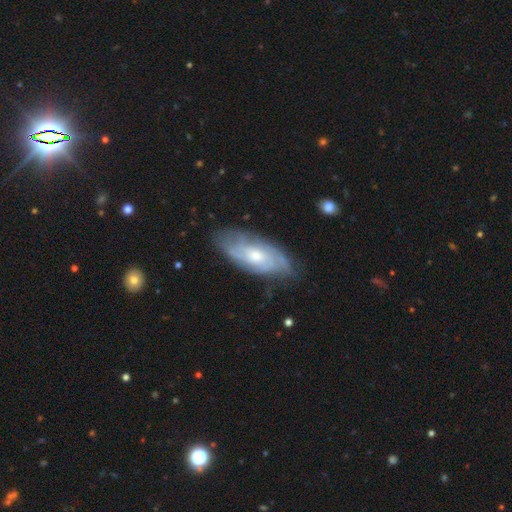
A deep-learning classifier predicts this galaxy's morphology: This is likely a featured or disk galaxy (73%). It is clearly not viewed edge-on (88%). Bar: likely no (72%). Spiral arm pattern: clearly yes (88%). Spiral arm count: possibly can't tell (52%). Spiral winding: possibly tight (58%). Central bulge: possibly moderate (51%). Merging: likely none (73%).